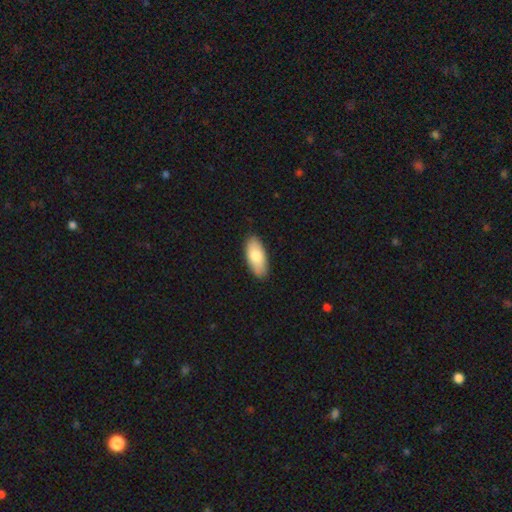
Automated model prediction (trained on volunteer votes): Overall: smooth (79%). How rounded: in between (89%). Merging: none (88%).